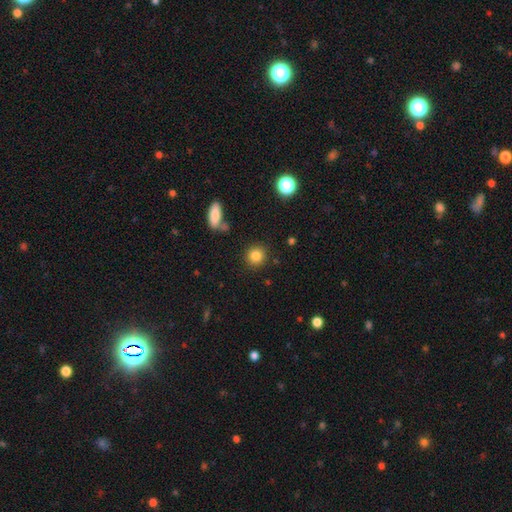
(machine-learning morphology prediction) Overall: smooth (84%). How rounded: round (87%). Merging: none (86%).